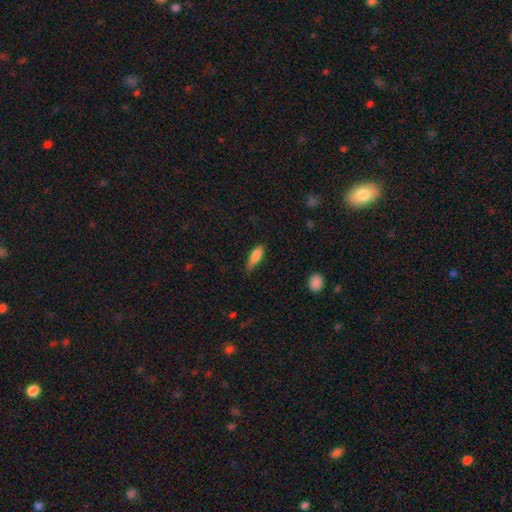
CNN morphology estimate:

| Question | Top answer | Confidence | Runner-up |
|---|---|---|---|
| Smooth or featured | smooth | 82% | featured or disk (11%) |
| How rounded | in between | 61% | cigar-shaped (37%) |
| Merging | none | 54% | minor disturbance (36%) |